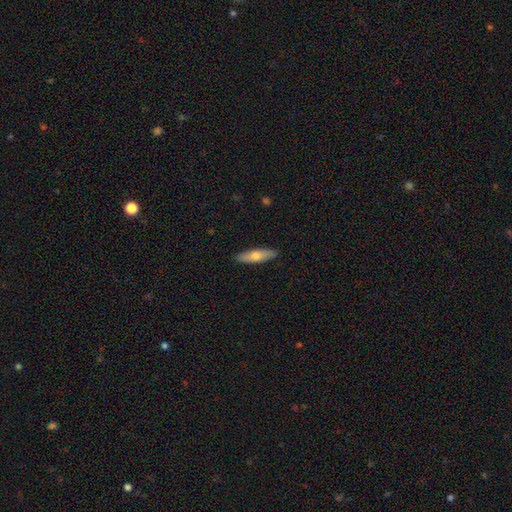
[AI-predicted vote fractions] This is likely a smooth galaxy (61%). How rounded: likely cigar-shaped (72%). Merging: clearly none (90%).